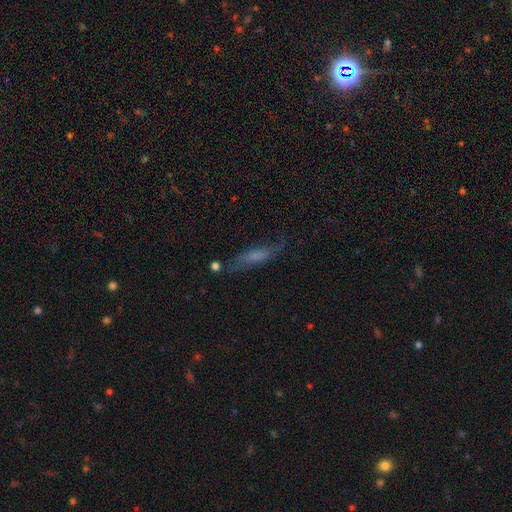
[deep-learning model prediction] Smooth or featured? smooth (47%)
Merging? none (64%)